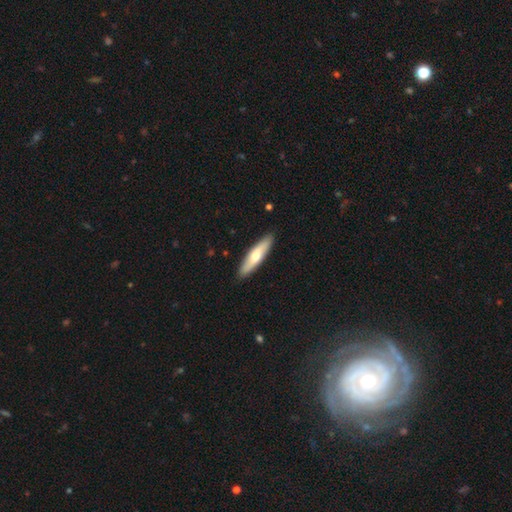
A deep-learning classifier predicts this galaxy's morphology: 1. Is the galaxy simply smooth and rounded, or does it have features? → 61% smooth, 34% featured or disk, 5% star or artifact.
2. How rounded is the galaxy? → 75% cigar-shaped, 23% in between, 2% round.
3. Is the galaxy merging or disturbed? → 90% none, 8% minor disturbance, 1% major disturbance, 1% merger.